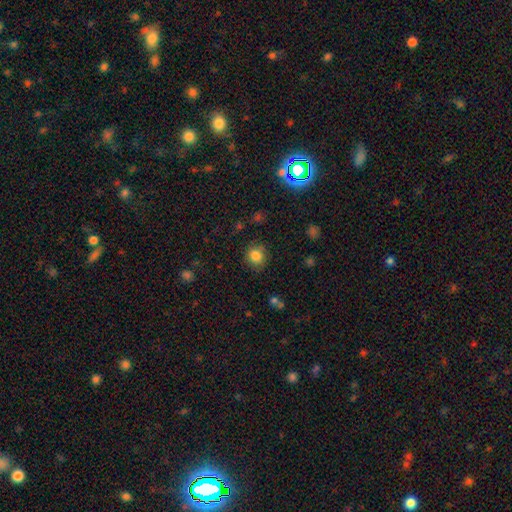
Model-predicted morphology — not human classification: type=smooth (83%); roundness=round (85%); merging=none (85%).